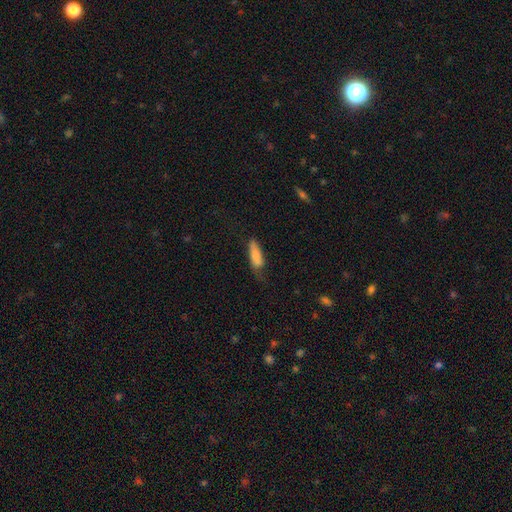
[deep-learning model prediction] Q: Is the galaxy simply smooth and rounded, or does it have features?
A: smooth — 80%.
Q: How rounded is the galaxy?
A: in between — 55%.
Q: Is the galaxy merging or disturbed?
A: none — 51%.